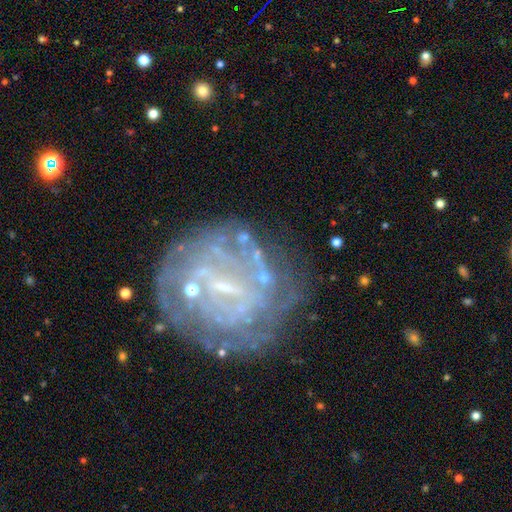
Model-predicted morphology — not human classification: This is likely a featured or disk galaxy (76%). It is clearly not viewed edge-on (96%). Bar: marginally weak (43%). Spiral arm pattern: likely yes (74%). Spiral arm count: possibly can't tell (51%). Spiral winding: possibly tight (58%). Central bulge: possibly small (57%). Merging: likely none (60%).